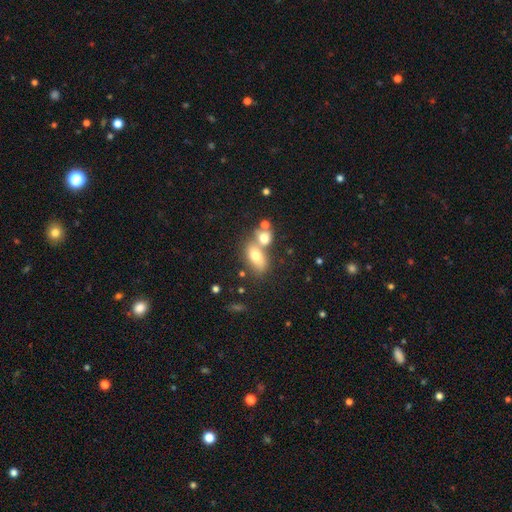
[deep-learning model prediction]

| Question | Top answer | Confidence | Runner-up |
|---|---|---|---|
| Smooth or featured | smooth | 71% | featured or disk (19%) |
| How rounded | in between | 81% | round (13%) |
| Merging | merger | 55% | none (32%) |